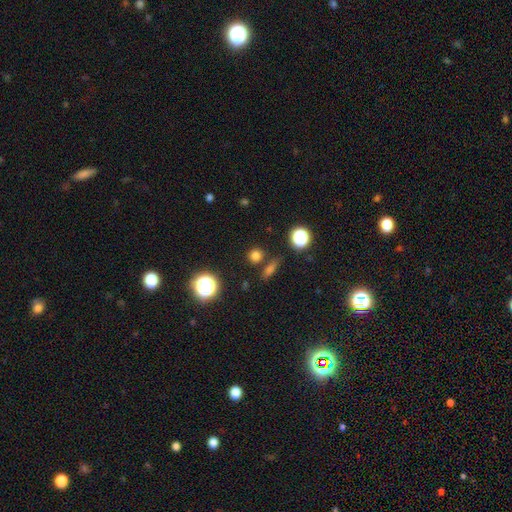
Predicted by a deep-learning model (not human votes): Morphology: type=smooth (75%); roundness=round (84%); merging=none (80%).